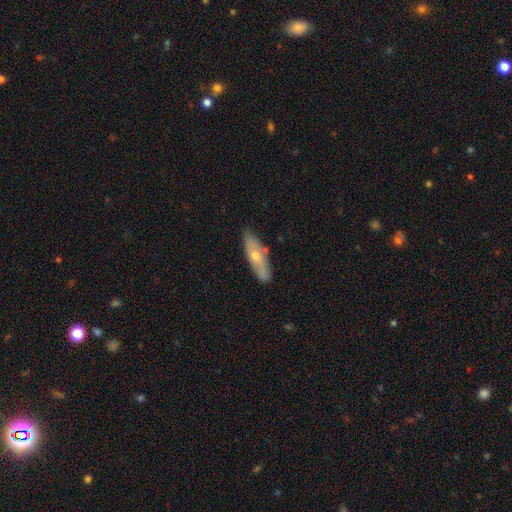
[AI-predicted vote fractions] smooth_or_featured: smooth (p=0.51) [alt: featured or disk p=0.43]
how_rounded: cigar-shaped (p=0.57) [alt: in between p=0.40]
merging: none (p=0.80) [alt: minor disturbance p=0.14]